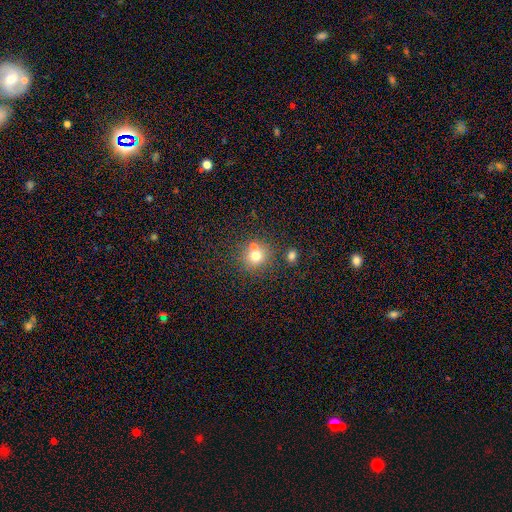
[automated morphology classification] The model was most divided on "merging": none: 61%, merger: 27%, minor disturbance: 9%, major disturbance: 3%. More confident: how rounded — round (88%); smooth or featured — smooth (71%).